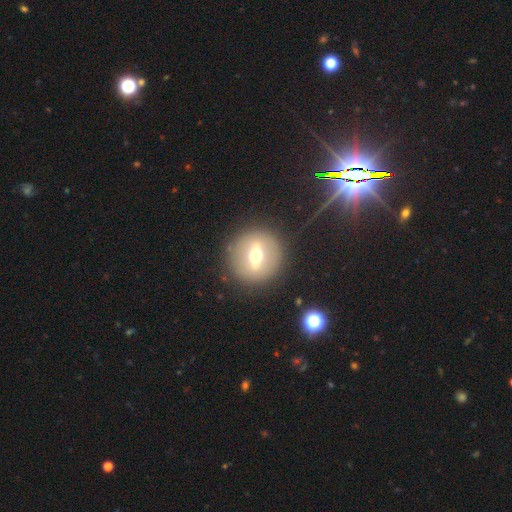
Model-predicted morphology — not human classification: Q: Smooth or featured?
A: featured or disk (57%); runner-up: smooth (33%)
Q: Edge-on disk?
A: no (62%); runner-up: yes (38%)
Q: Merging?
A: none (87%); runner-up: minor disturbance (8%)